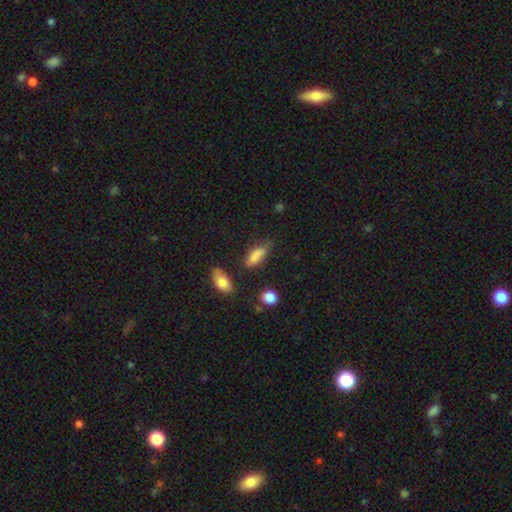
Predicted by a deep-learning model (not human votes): smooth-or-featured: smooth: 78% | featured or disk: 12% | star or artifact: 10%
  how-rounded: in between: 69% | cigar-shaped: 28% | round: 4%
  merging: none: 46% | minor disturbance: 34% | major disturbance: 13% | merger: 7%